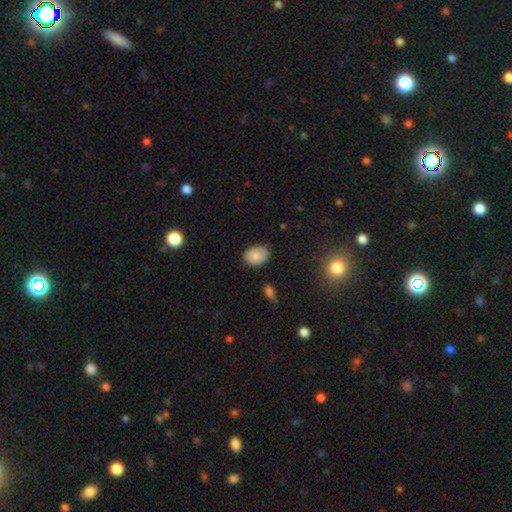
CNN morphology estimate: Smooth or featured? Predicted: smooth (p=0.85). How rounded? Predicted: in between (p=0.77). Merging? Predicted: none (p=0.80).